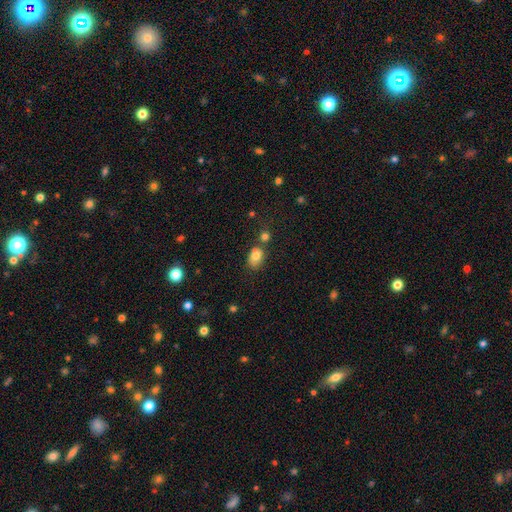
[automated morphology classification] A smooth galaxy with no disk features (78%) that is in between round and cigar-shaped (74%). Merging: none (56%).